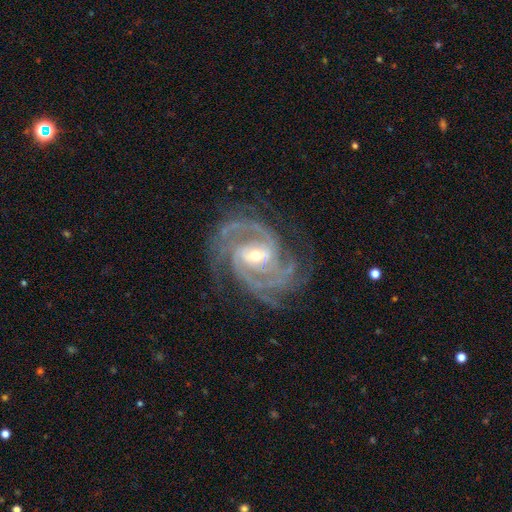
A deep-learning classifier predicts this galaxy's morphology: The model was most divided on "spiral arm count": 3: 32%, 2: 28%, 4: 16%, can't tell: 11%, more than 4: 7%, 1: 6%. Remaining: spiral arms — yes (99%); edge-on disk — no (98%); smooth or featured — featured or disk (93%); merging — none (74%); spiral winding — tight (57%); bulge size — small (55%); bar — weak (46%).